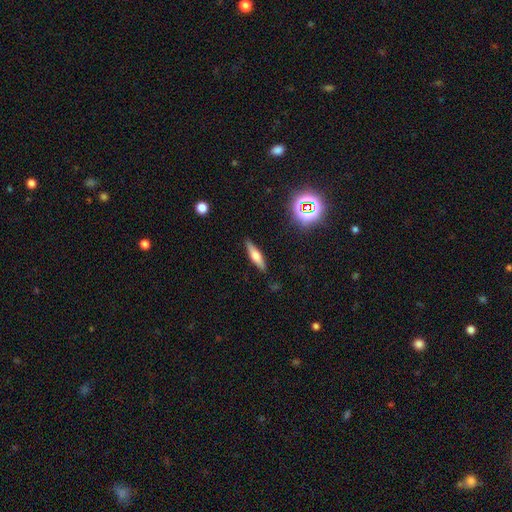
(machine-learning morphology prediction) smooth_or_featured: smooth (p=0.55) [alt: featured or disk p=0.35]
how_rounded: cigar-shaped (p=0.72) [alt: in between p=0.26]
merging: none (p=0.87) [alt: minor disturbance p=0.09]